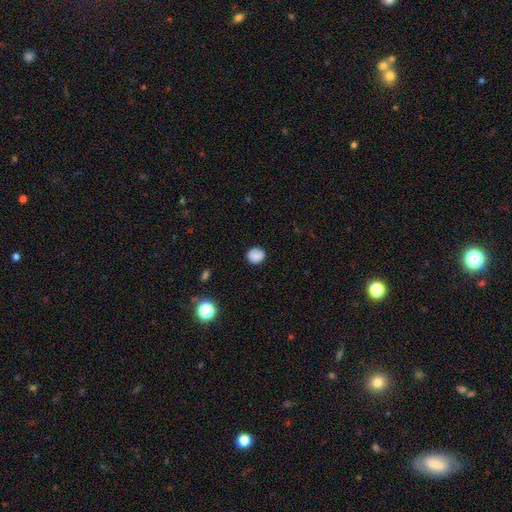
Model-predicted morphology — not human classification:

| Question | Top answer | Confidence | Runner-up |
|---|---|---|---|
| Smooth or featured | smooth | 84% | star or artifact (10%) |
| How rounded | round | 84% | in between (15%) |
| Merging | none | 83% | minor disturbance (13%) |